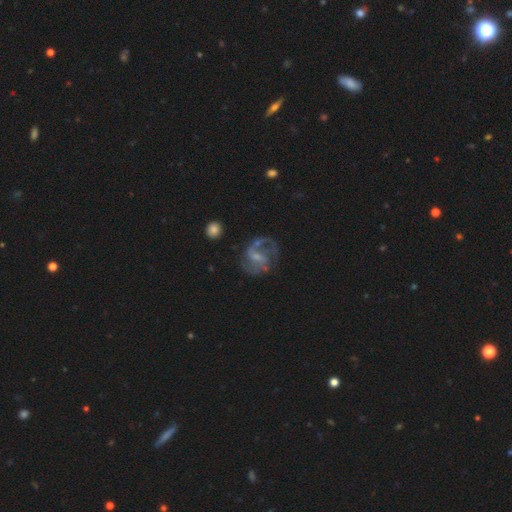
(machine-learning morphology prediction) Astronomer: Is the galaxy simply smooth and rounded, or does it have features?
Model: featured or disk — 78%.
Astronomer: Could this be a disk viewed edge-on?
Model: no — 97%.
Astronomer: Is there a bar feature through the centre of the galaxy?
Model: weak — 53%.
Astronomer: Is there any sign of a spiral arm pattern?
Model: yes — 89%.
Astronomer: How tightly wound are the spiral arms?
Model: medium — 49% (runner-up: loose, 33%).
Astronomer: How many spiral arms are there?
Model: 2 — 72%.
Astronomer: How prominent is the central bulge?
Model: small — 53%.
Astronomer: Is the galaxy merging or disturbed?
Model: none — 61%.